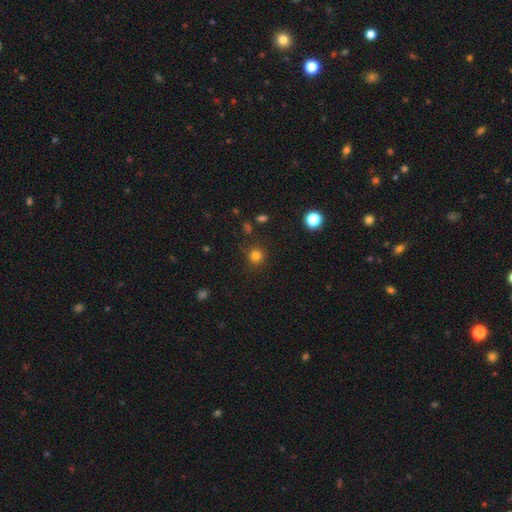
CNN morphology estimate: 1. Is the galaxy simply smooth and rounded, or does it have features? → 81% smooth, 15% star or artifact, 5% featured or disk.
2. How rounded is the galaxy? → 93% round, 6% in between, 1% cigar-shaped.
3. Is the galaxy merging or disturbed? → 87% none, 8% minor disturbance, 3% major disturbance, 2% merger.